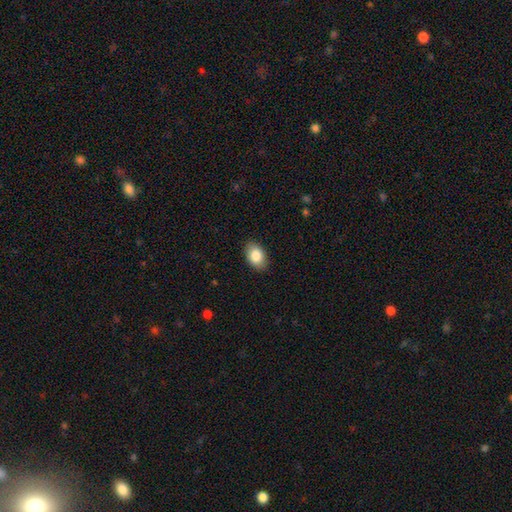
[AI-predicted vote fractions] Morphology: type=smooth (86%); roundness=in between (89%); merging=none (88%).